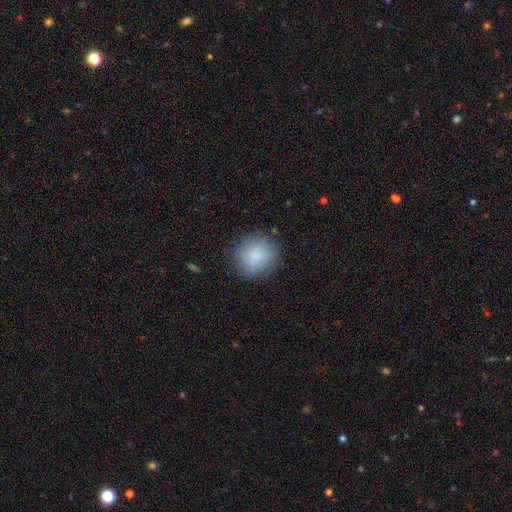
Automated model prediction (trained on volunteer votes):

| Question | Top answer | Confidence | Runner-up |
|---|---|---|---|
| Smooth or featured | smooth | 79% | featured or disk (13%) |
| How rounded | round | 86% | in between (13%) |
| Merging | none | 79% | minor disturbance (14%) |